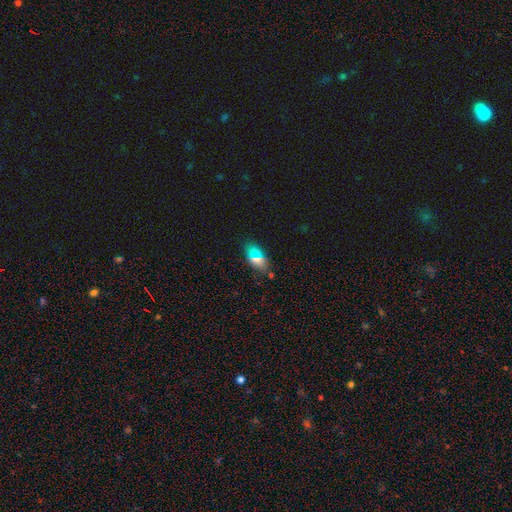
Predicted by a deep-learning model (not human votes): Smooth or featured? smooth (68%)
How rounded? in between (86%)
Merging? none (83%)